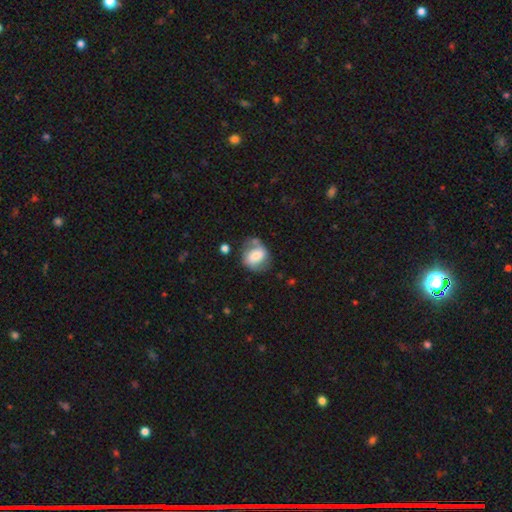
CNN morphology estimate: A smooth galaxy with no disk features (58%) that is round (54%). Merging: none (51%).